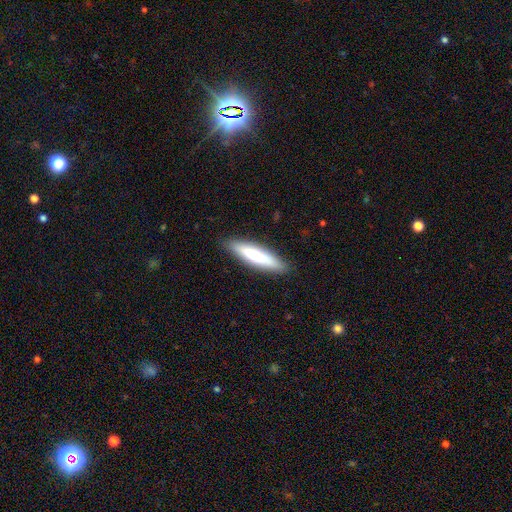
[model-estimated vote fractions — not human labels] Smooth or featured? Predicted: smooth (p=0.68). How rounded? Predicted: cigar-shaped (p=0.81). Merging? Predicted: none (p=0.88).